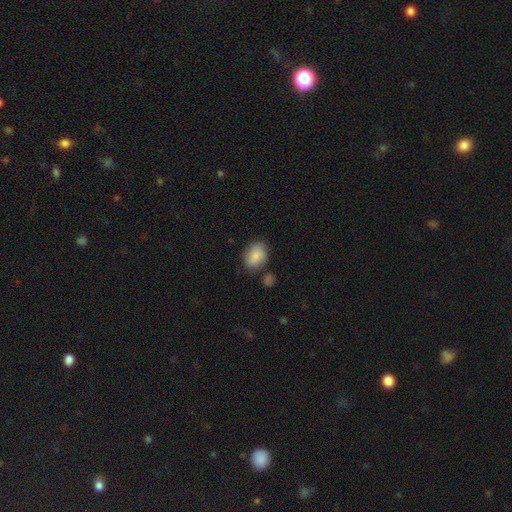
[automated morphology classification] Smooth or featured?
  - smooth: 82% *
  - featured or disk: 11%
  - star or artifact: 7%
How rounded?
  - in between: 76% *
  - round: 23%
  - cigar-shaped: 1%
Merging?
  - none: 70% *
  - minor disturbance: 19%
  - merger: 7%
  - major disturbance: 5%